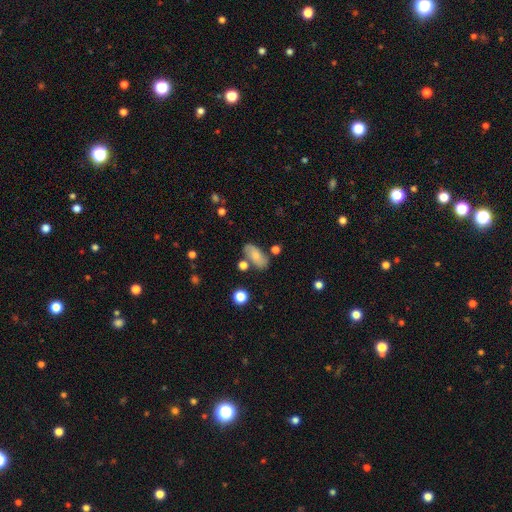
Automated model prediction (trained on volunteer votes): Q: Smooth or featured?
A: smooth (68%); runner-up: featured or disk (23%)
Q: How rounded?
A: in between (88%); runner-up: cigar-shaped (7%)
Q: Merging?
A: none (69%); runner-up: minor disturbance (17%)